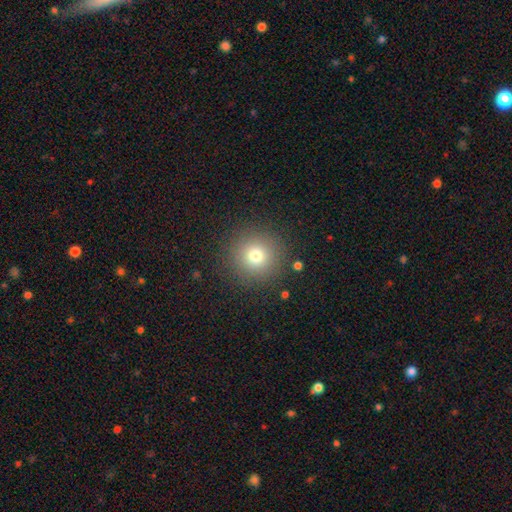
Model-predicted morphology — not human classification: type=smooth (75%); roundness=round (95%); merging=none (88%).